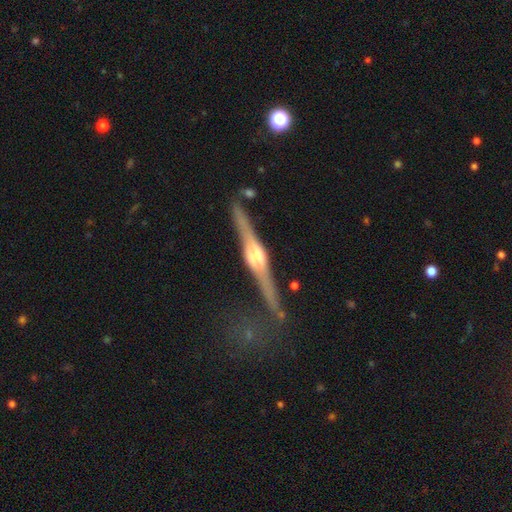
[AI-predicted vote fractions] A featured or disk galaxy (85%) viewed edge-on (97%) with a rounded central bulge (81%). Merging: none (81%).